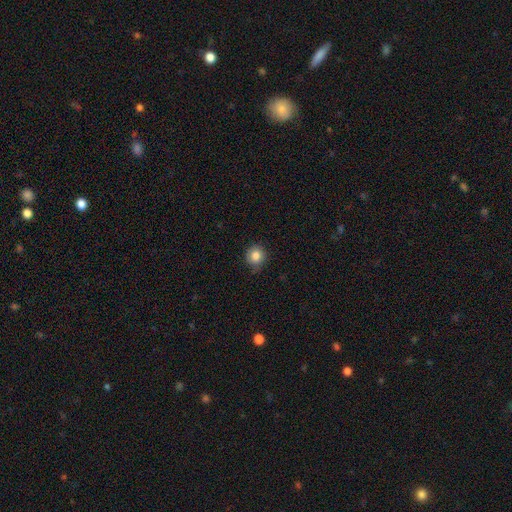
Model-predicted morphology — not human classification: Overall: smooth (83%). How rounded: round (89%). Merging: none (76%).